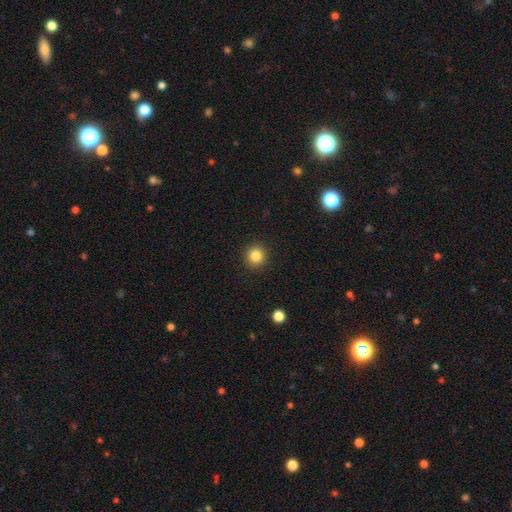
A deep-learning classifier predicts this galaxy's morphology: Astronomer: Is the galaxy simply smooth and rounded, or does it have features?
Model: smooth — 85%.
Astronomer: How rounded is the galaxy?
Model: round — 94%.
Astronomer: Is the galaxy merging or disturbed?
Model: none — 92%.